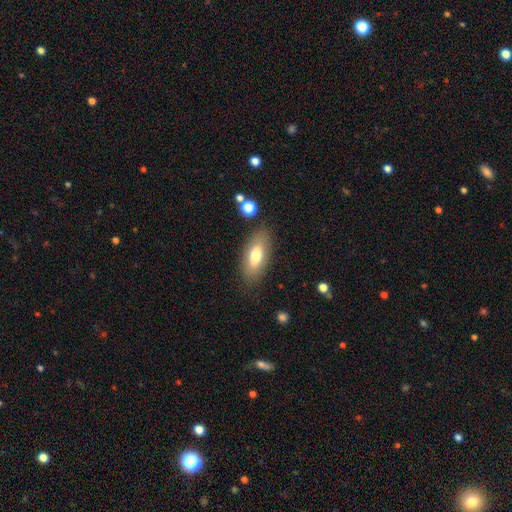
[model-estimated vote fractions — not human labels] smooth-or-featured: smooth: 73% | featured or disk: 20% | star or artifact: 7%
  how-rounded: in between: 84% | cigar-shaped: 13% | round: 3%
  merging: none: 82% | minor disturbance: 12% | major disturbance: 4% | merger: 2%